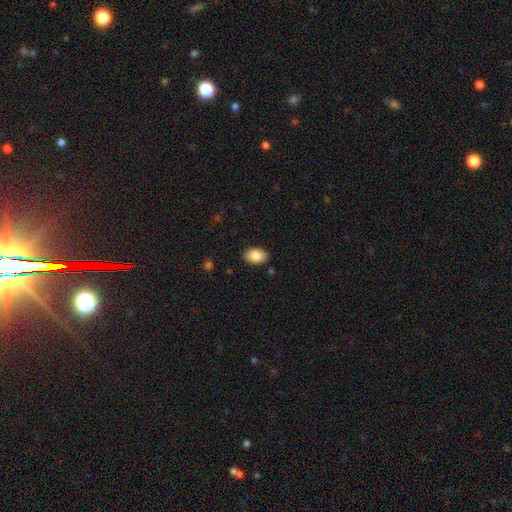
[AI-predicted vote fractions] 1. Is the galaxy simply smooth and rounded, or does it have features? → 87% smooth, 7% star or artifact, 6% featured or disk.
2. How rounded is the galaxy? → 89% in between, 10% round, 1% cigar-shaped.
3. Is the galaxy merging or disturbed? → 88% none, 9% minor disturbance, 2% major disturbance, 1% merger.